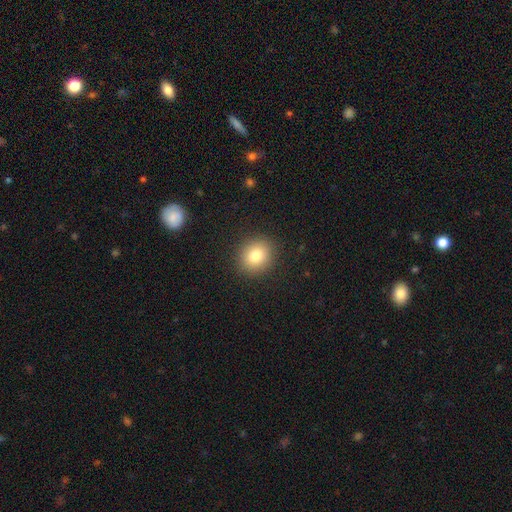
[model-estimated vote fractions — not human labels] Overall: smooth (81%). How rounded: round (78%). Merging: none (90%).